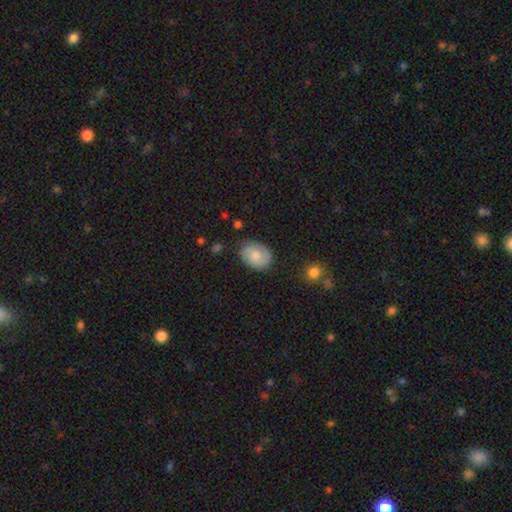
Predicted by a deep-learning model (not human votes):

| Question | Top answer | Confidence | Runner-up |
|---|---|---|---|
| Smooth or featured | smooth | 60% | featured or disk (32%) |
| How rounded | in between | 71% | round (28%) |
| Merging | none | 75% | minor disturbance (18%) |